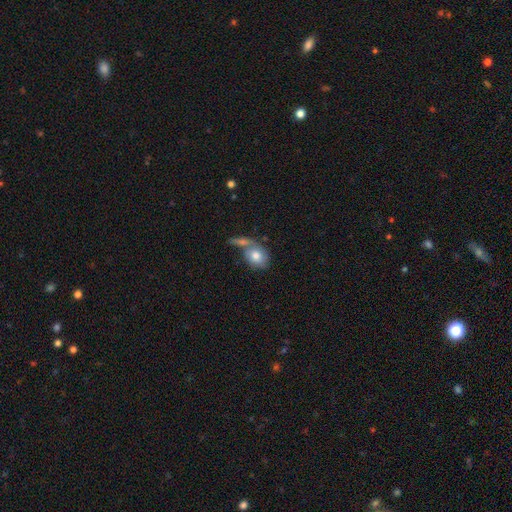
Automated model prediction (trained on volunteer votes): This appears to be a smooth galaxy with no disk features (73%) that is round (54%). Merging: merger (41%).